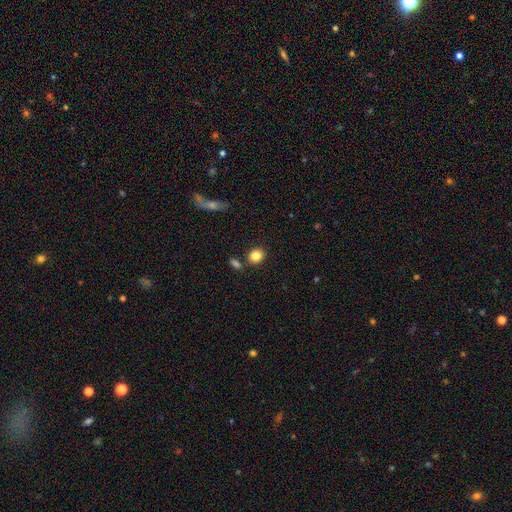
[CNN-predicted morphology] smooth_or_featured: smooth (p=0.85) [alt: star or artifact p=0.09]
how_rounded: round (p=0.62) [alt: in between p=0.37]
merging: none (p=0.79) [alt: minor disturbance p=0.10]